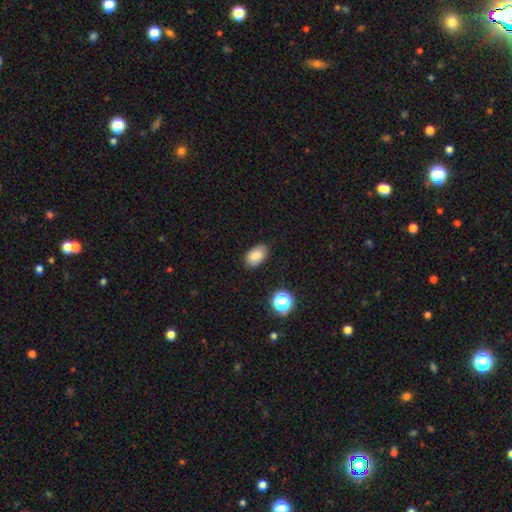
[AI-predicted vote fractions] Smooth or featured? Predicted: smooth (p=0.84). How rounded? Predicted: in between (p=0.88). Merging? Predicted: none (p=0.81).